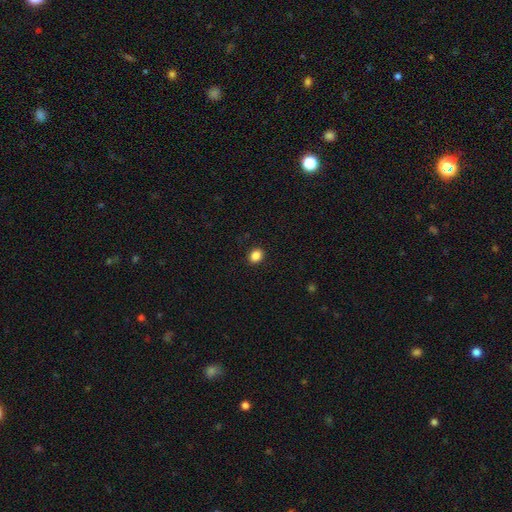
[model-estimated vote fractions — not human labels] Overall: smooth (87%). How rounded: round (54%; in between 45%). Merging: none (91%).